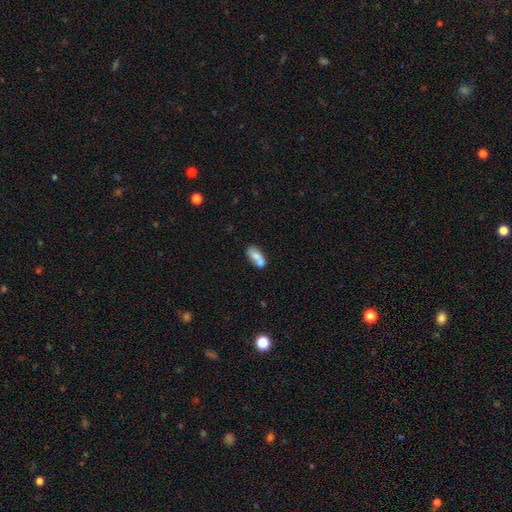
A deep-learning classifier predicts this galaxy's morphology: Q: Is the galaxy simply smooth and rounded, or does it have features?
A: smooth — 67%.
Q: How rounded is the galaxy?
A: in between — 82%.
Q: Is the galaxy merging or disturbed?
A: merger — 54%.